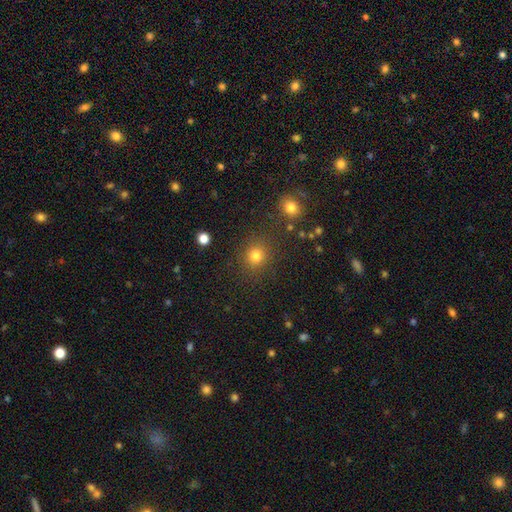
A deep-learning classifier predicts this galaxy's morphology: smooth 80%, star or artifact 15%, featured or disk 5%. Down the decision tree: how rounded — round (88%); merging — none (85%).